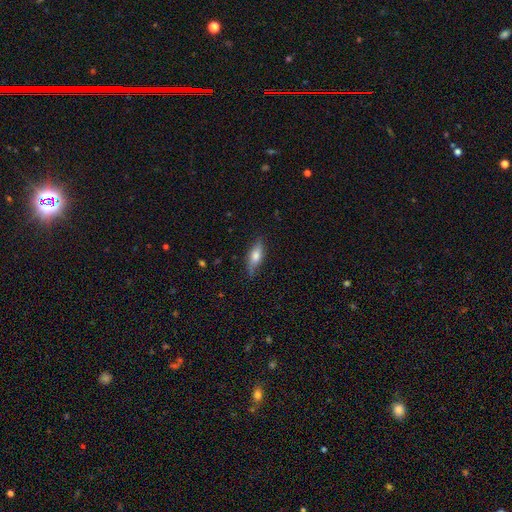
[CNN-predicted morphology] smooth_or_featured: smooth (p=0.64) [alt: featured or disk p=0.30]
how_rounded: in between (p=0.59) [alt: cigar-shaped p=0.39]
merging: none (p=0.76) [alt: minor disturbance p=0.19]